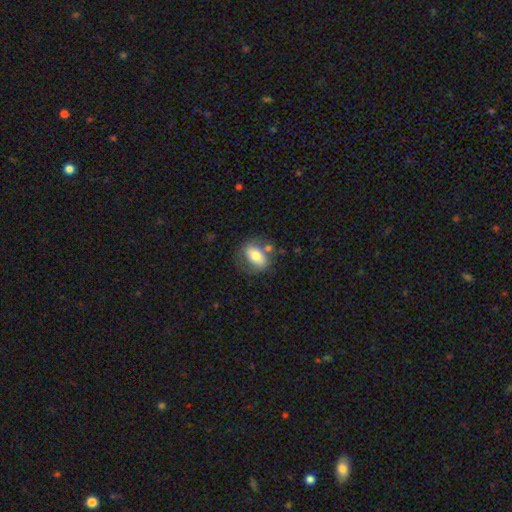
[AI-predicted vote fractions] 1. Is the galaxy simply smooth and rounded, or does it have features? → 67% smooth, 26% featured or disk, 7% star or artifact.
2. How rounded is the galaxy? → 80% in between, 17% round, 3% cigar-shaped.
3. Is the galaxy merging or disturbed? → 61% none, 20% minor disturbance, 10% merger, 9% major disturbance.